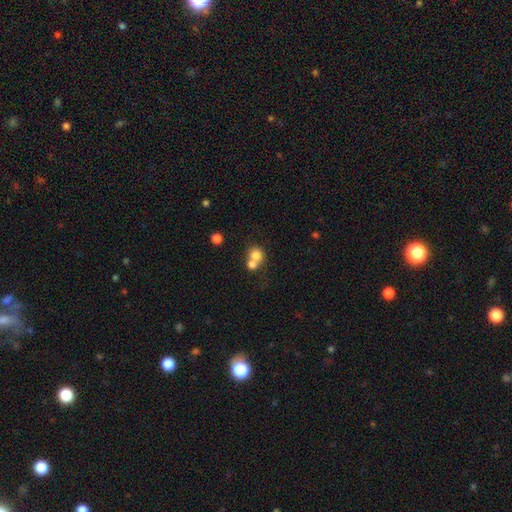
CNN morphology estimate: Overall: smooth (77%). How rounded: round (83%). Merging: merger (55%; none 36%).